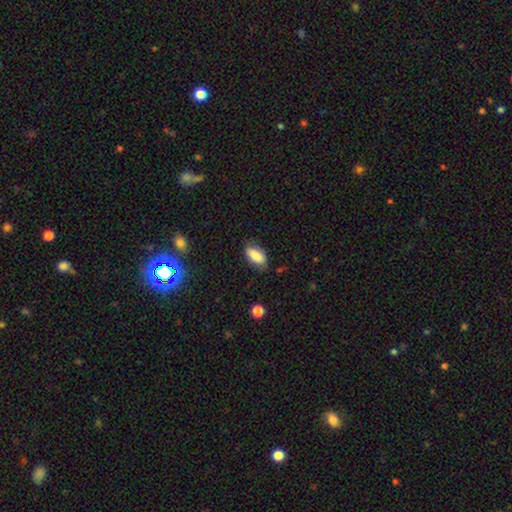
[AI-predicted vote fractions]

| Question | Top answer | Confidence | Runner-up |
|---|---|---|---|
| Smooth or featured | smooth | 83% | featured or disk (10%) |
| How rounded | in between | 89% | cigar-shaped (9%) |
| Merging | none | 73% | minor disturbance (21%) |